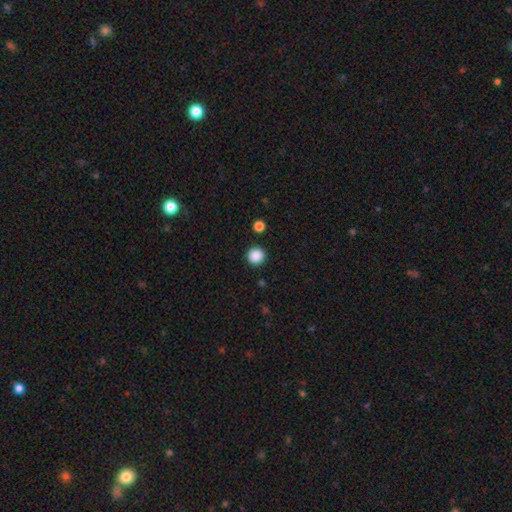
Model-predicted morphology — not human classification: Smooth or featured: smooth — 88% (star or artifact — 10%)
How rounded: round — 95% (in between — 4%)
Merging: none — 91% (minor disturbance — 5%)